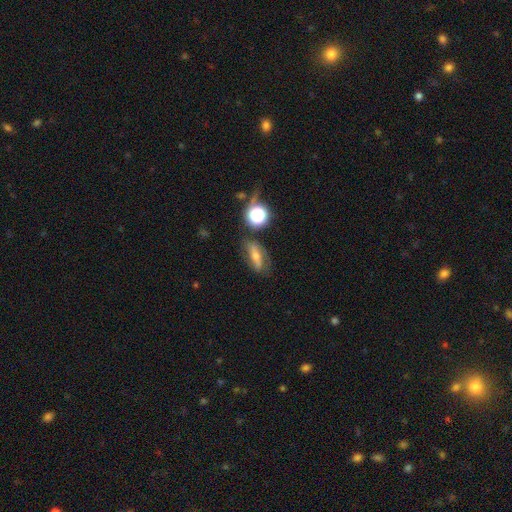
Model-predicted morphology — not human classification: The model was most divided on "smooth or featured": featured or disk: 45%, smooth: 36%, star or artifact: 19%. More confident: merging — none (66%).